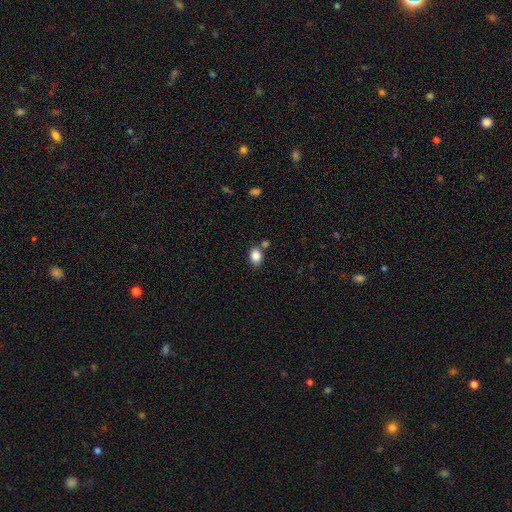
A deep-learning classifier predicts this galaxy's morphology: smooth-or-featured: smooth: 86% | star or artifact: 9% | featured or disk: 5%
  how-rounded: in between: 70% | round: 29% | cigar-shaped: 1%
  merging: none: 71% | merger: 13% | minor disturbance: 13% | major disturbance: 4%